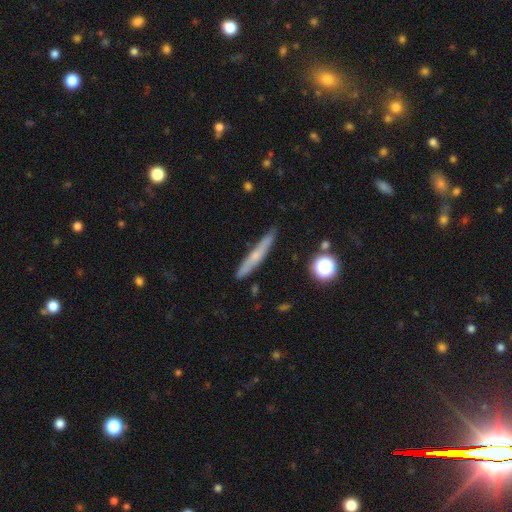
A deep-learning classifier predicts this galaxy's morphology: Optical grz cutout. It shows a smooth galaxy with no disk features (47%). Merging: none (85%).